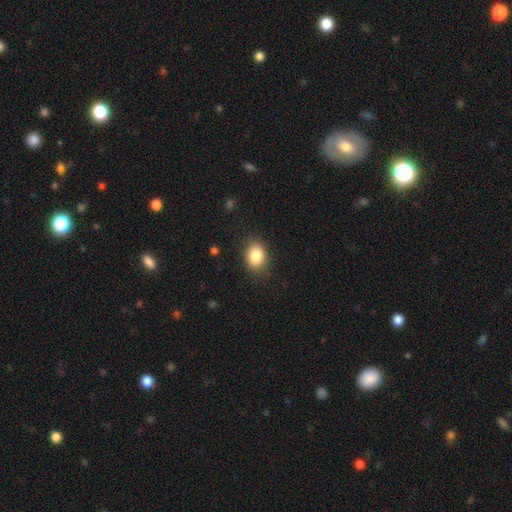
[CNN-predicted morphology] Overall: smooth (86%). How rounded: in between (71%). Merging: none (84%).